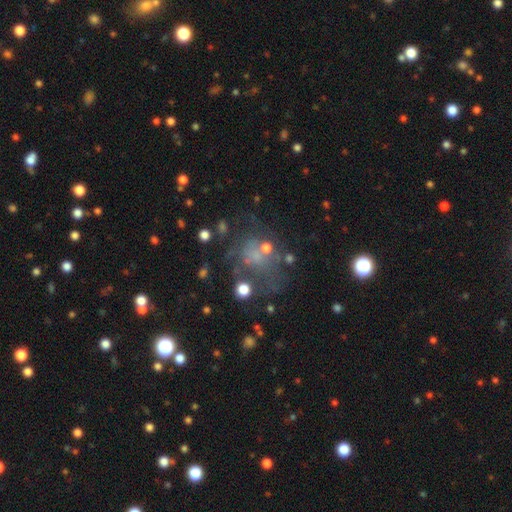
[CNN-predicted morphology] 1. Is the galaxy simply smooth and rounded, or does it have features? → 38% smooth, 35% featured or disk, 27% star or artifact.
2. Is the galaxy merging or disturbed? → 45% none, 27% major disturbance, 19% minor disturbance, 9% merger.